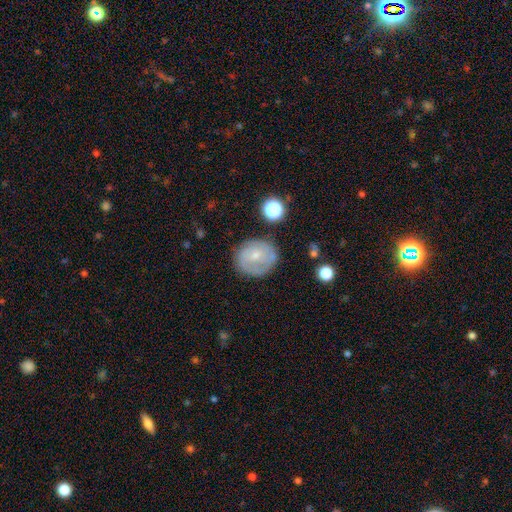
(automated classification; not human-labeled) A featured or disk galaxy (51%).

Vote fractions:
- Smooth or featured? featured or disk: 51% / smooth: 41% / star or artifact: 8%
- Edge-on disk? no: 97% / yes: 3%
- Merging? none: 71% / minor disturbance: 19% / major disturbance: 7% / merger: 3%